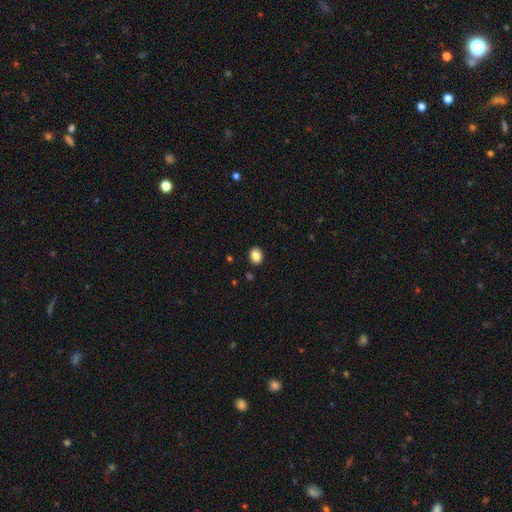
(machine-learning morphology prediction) type=smooth (86%); roundness=in between (53%); merging=none (91%).